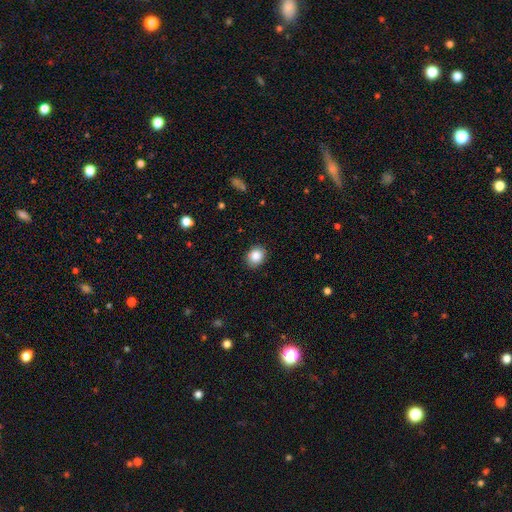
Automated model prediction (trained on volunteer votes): smooth_or_featured: smooth (p=0.86) [alt: star or artifact p=0.09]
how_rounded: round (p=0.63) [alt: in between p=0.36]
merging: none (p=0.89) [alt: minor disturbance p=0.08]